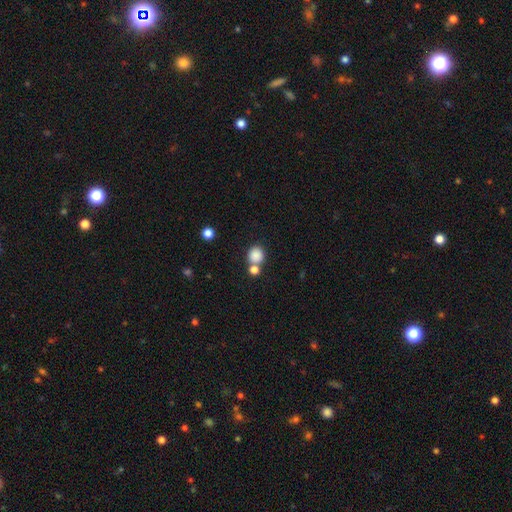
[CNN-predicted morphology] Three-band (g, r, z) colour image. It shows a smooth galaxy with no disk features (85%) that is round (84%). Merging: none (61%).